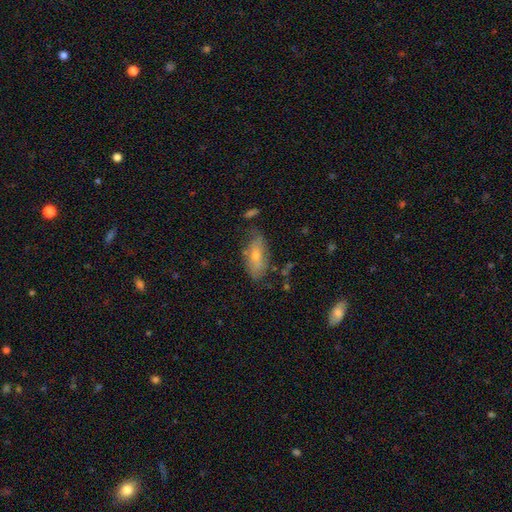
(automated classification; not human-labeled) Smooth or featured: smooth — 55% (featured or disk — 36%)
How rounded: in between — 79% (cigar-shaped — 17%)
Merging: none — 65% (minor disturbance — 24%)